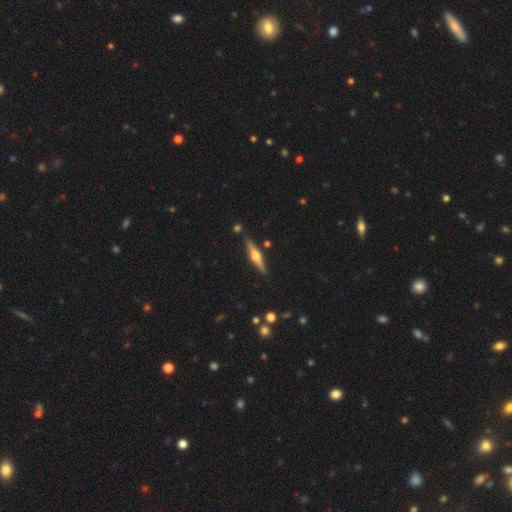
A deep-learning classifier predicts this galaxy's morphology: Overall: featured or disk (70%). Edge-on disk: yes (97%). Edge-on bulge: rounded (92%). Merging: none (86%).